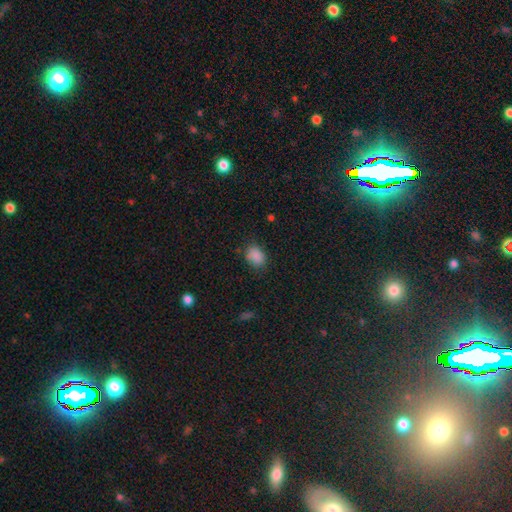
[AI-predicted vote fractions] Q: Smooth or featured?
A: smooth (87%); runner-up: star or artifact (10%)
Q: How rounded?
A: in between (67%); runner-up: round (32%)
Q: Merging?
A: none (74%); runner-up: minor disturbance (19%)